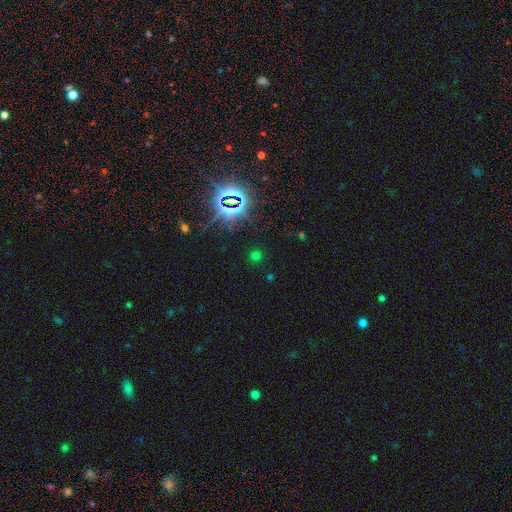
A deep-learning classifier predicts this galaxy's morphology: Smooth or featured: star or artifact — 54% (smooth — 40%)